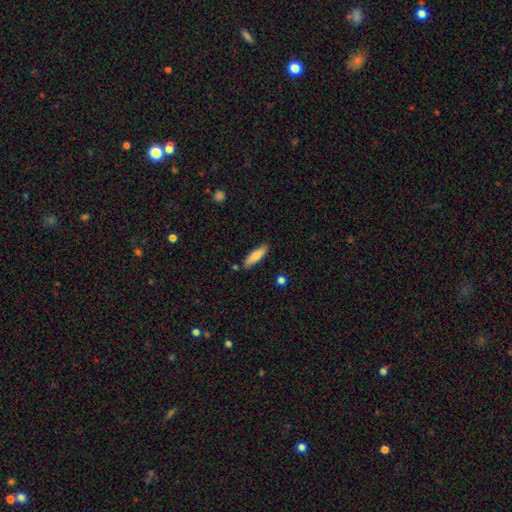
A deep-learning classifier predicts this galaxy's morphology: Q: Smooth or featured?
A: smooth (76%); runner-up: featured or disk (18%)
Q: How rounded?
A: cigar-shaped (61%); runner-up: in between (37%)
Q: Merging?
A: none (83%); runner-up: minor disturbance (12%)